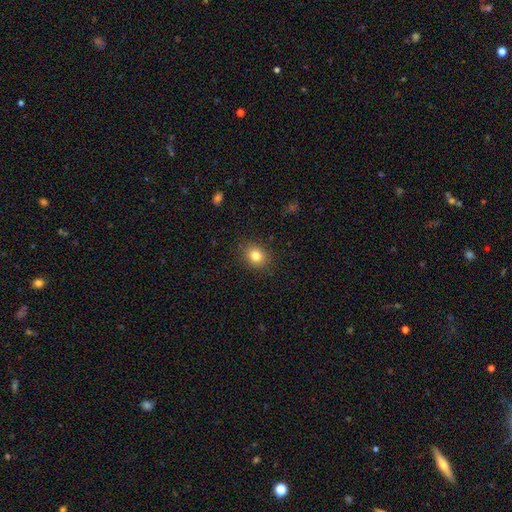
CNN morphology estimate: smooth-or-featured: smooth: 82% | star or artifact: 11% | featured or disk: 7%
  how-rounded: round: 60% | in between: 39% | cigar-shaped: 1%
  merging: none: 88% | minor disturbance: 9% | major disturbance: 2% | merger: 1%